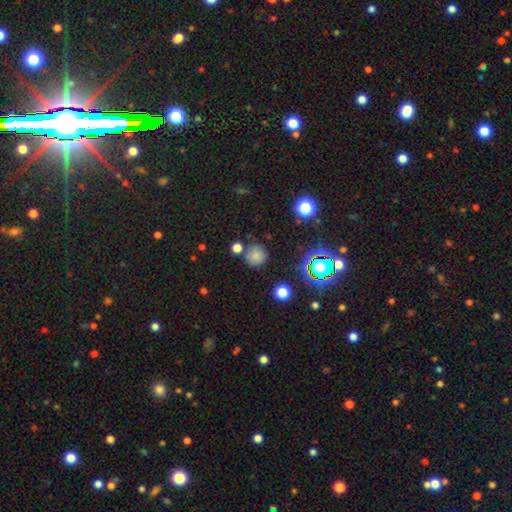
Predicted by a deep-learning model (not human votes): Smooth or featured?
  - smooth: 73% *
  - star or artifact: 20%
  - featured or disk: 7%
How rounded?
  - round: 92% *
  - in between: 7%
  - cigar-shaped: 1%
Merging?
  - none: 77% *
  - minor disturbance: 10%
  - merger: 9%
  - major disturbance: 4%